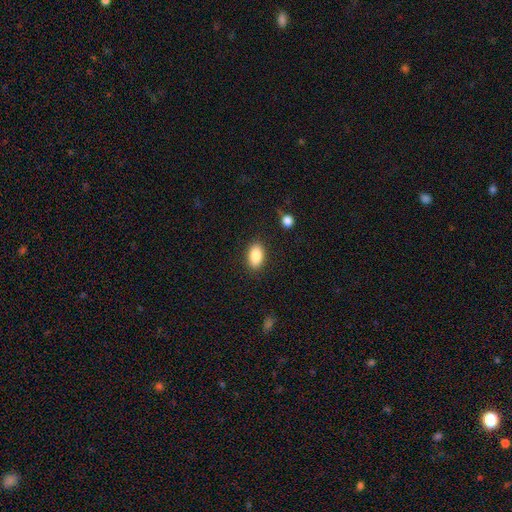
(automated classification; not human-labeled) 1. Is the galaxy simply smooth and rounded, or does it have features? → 87% smooth, 7% star or artifact, 6% featured or disk.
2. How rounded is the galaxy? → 91% in between, 7% round, 2% cigar-shaped.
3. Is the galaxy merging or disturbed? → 87% none, 9% minor disturbance, 3% major disturbance, 2% merger.